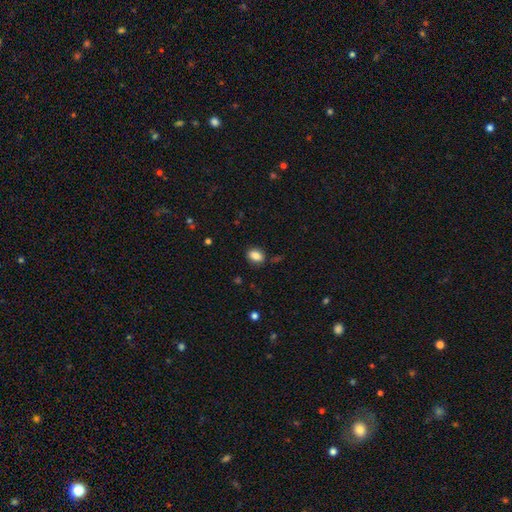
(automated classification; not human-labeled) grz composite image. It shows a smooth galaxy with no disk features (84%) that is in between round and cigar-shaped (75%). Merging: none (82%).